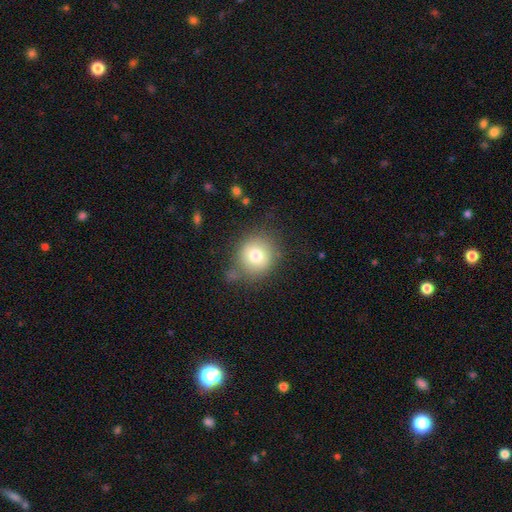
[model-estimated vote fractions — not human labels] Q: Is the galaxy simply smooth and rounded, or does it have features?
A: smooth — 76%.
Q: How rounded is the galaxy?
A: round — 86%.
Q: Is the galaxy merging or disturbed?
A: none — 72%.